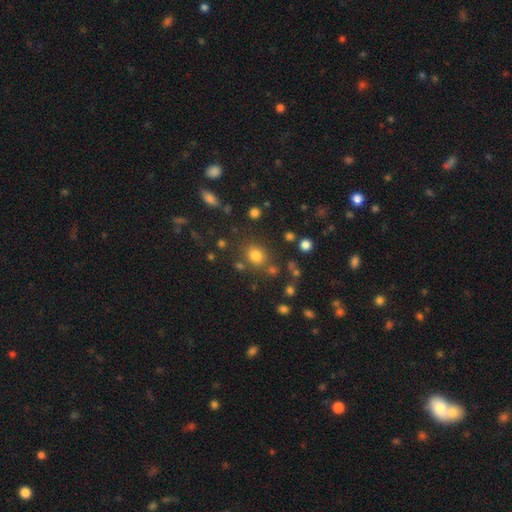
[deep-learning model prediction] A smooth galaxy with no disk features (77%) that is round (69%).

Vote fractions:
- Smooth or featured? smooth: 77% / star or artifact: 16% / featured or disk: 7%
- How rounded? round: 69% / in between: 30% / cigar-shaped: 1%
- Merging? none: 76% / minor disturbance: 11% / merger: 8% / major disturbance: 5%